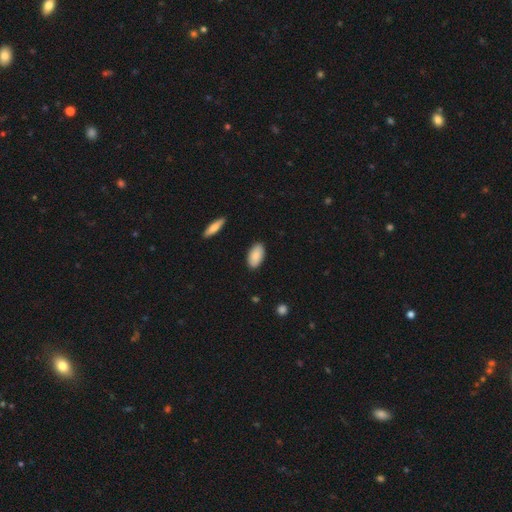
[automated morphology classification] This is clearly a smooth galaxy (87%). How rounded: clearly in between (95%). Merging: clearly none (88%).